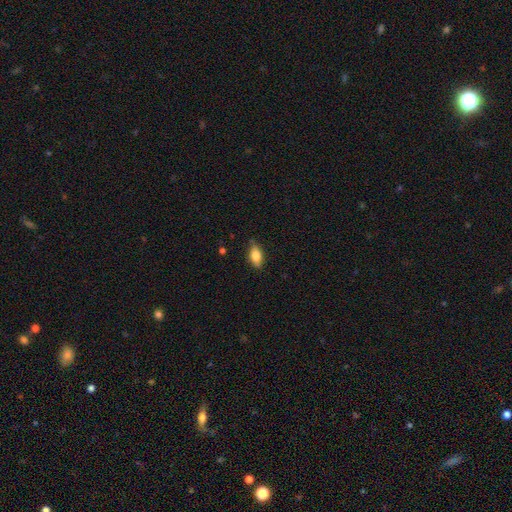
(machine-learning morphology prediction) smooth 79%, featured or disk 14%, star or artifact 7%. Down the decision tree: how rounded — in between (86%); merging — none (81%).